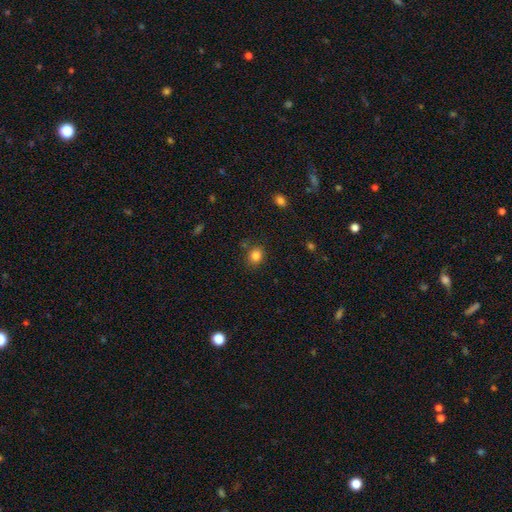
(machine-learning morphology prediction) type=smooth (82%); roundness=round (72%); merging=none (82%).